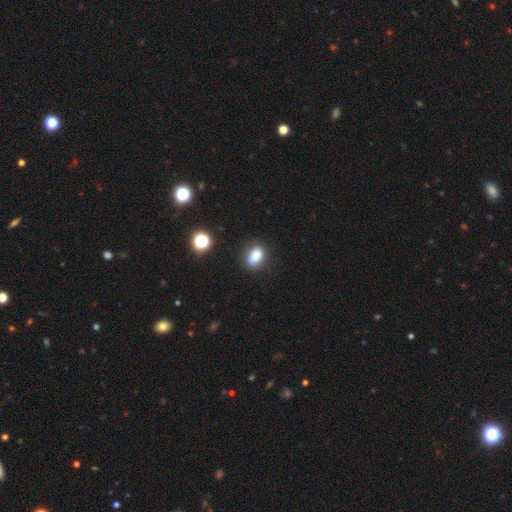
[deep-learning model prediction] smooth-or-featured: smooth: 82% | star or artifact: 11% | featured or disk: 7%
  how-rounded: in between: 76% | round: 22% | cigar-shaped: 2%
  merging: none: 79% | minor disturbance: 15% | major disturbance: 3% | merger: 3%